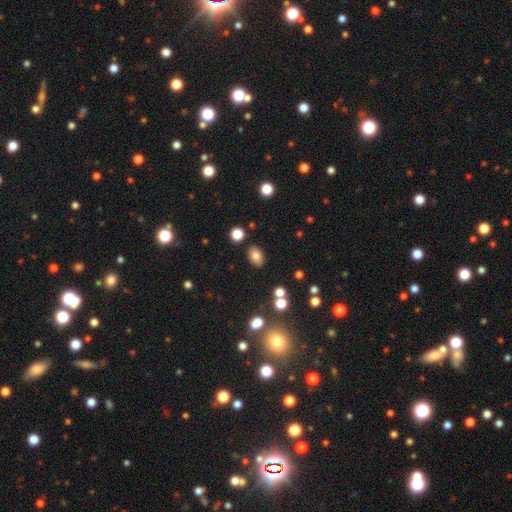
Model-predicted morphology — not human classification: Smooth or featured? Predicted: smooth (p=0.80). How rounded? Predicted: in between (p=0.80). Merging? Predicted: none (p=0.84).